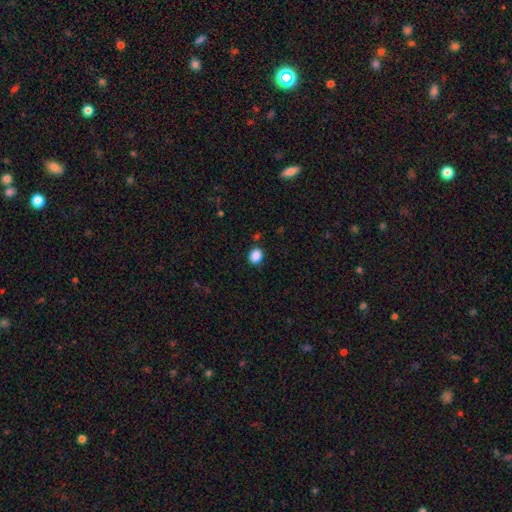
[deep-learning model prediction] Smooth or featured? smooth (88%)
How rounded? round (51%)
Merging? none (85%)